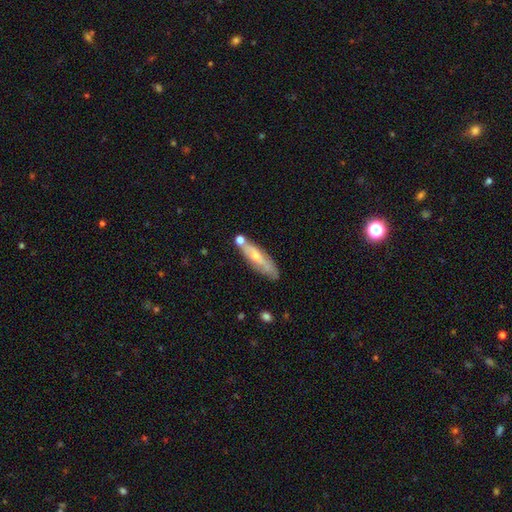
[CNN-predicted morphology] This appears to be a smooth galaxy with no disk features (48%). Merging: none (56%).